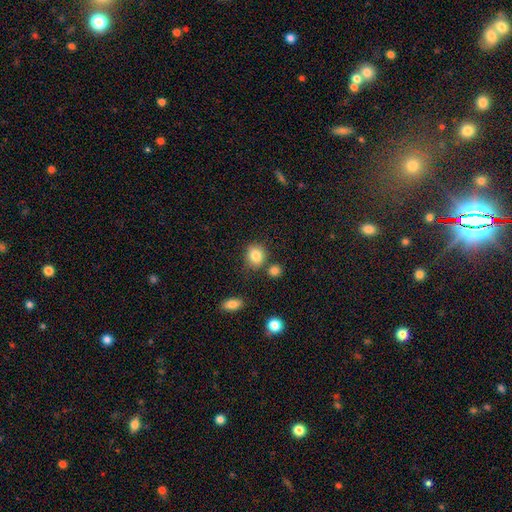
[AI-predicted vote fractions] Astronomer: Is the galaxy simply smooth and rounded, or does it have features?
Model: smooth — 84%.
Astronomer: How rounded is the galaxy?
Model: round — 70%.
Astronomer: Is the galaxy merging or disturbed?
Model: none — 73%.